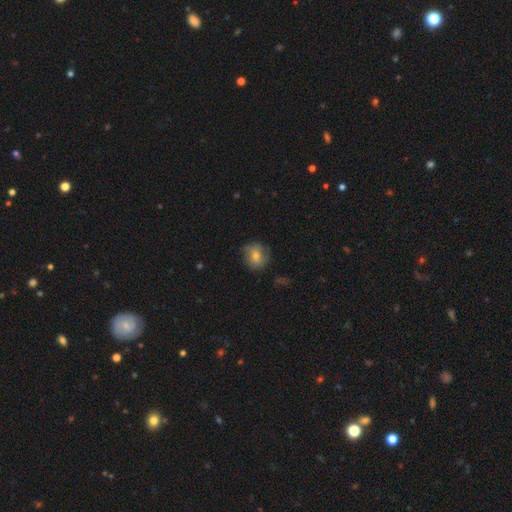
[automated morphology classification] This is possibly a smooth galaxy (55%). How rounded: likely round (75%). Merging: likely none (72%).